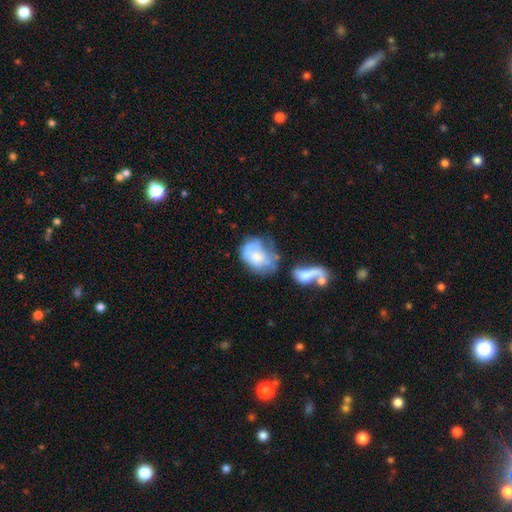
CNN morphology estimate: This is possibly a smooth galaxy (52%). How rounded: likely in between (67%). Merging: marginally major disturbance (28%).